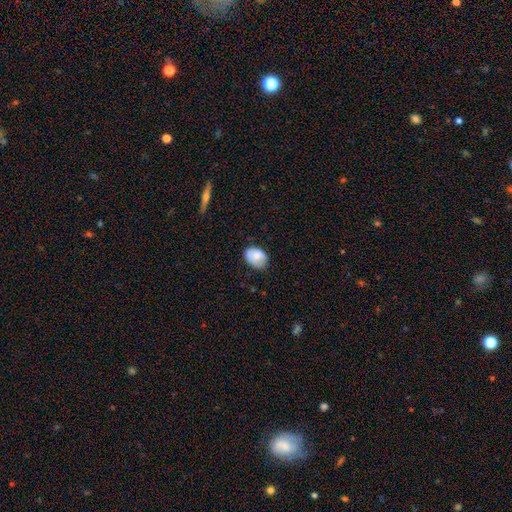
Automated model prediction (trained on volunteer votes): This is clearly a smooth galaxy (81%). How rounded: likely in between (77%). Merging: likely none (65%).